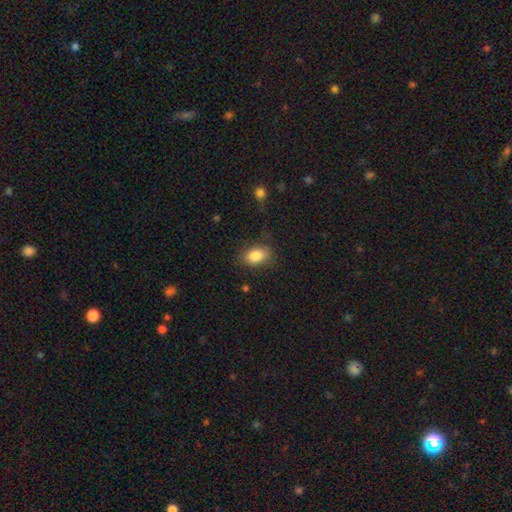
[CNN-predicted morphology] Smooth or featured: smooth — 86% (star or artifact — 8%)
How rounded: in between — 84% (round — 14%)
Merging: none — 78% (minor disturbance — 16%)